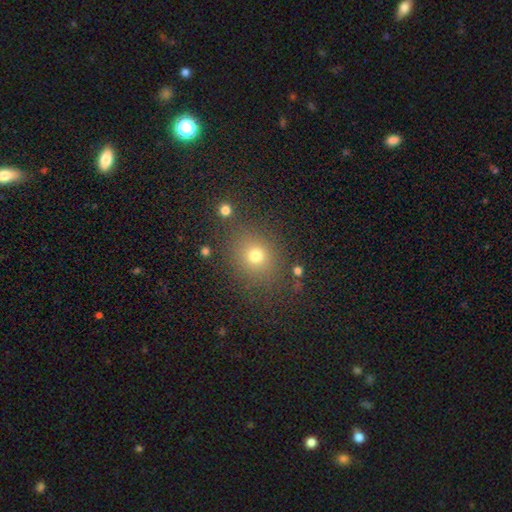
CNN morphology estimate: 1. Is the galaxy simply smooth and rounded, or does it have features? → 71% smooth, 19% star or artifact, 9% featured or disk.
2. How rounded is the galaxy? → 69% round, 29% in between, 1% cigar-shaped.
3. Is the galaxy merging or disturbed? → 80% none, 11% minor disturbance, 5% major disturbance, 4% merger.